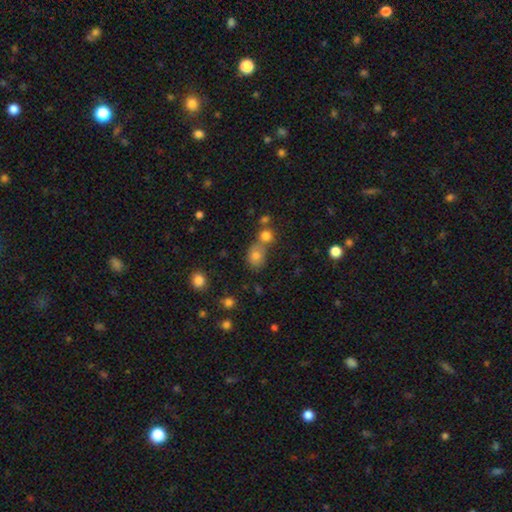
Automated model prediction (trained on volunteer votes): smooth-or-featured: smooth: 76% | star or artifact: 14% | featured or disk: 10%
  how-rounded: round: 57% | in between: 42% | cigar-shaped: 1%
  merging: none: 48% | merger: 36% | minor disturbance: 12% | major disturbance: 4%